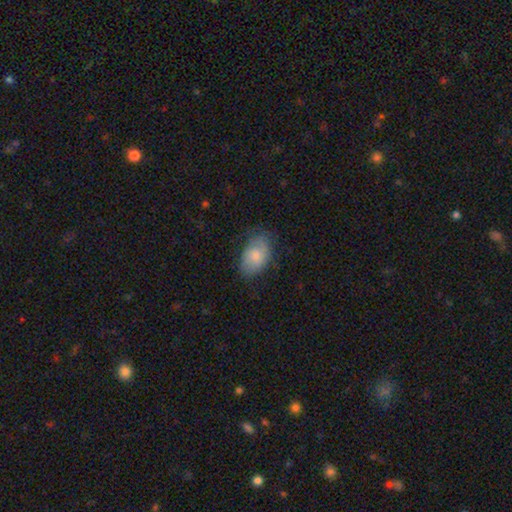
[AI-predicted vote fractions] Smooth or featured? smooth (71%)
How rounded? in between (90%)
Merging? none (68%)